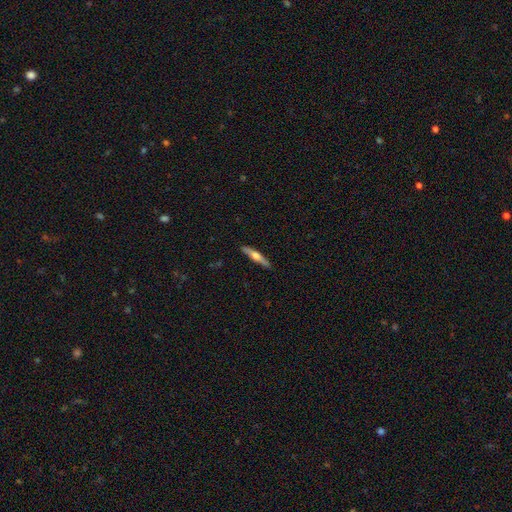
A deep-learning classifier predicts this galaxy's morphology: Smooth or featured: featured or disk — 55% (smooth — 39%)
Edge-on disk: yes — 95% (no — 5%)
Edge-on bulge: rounded — 90% (none — 5%)
Merging: none — 89% (minor disturbance — 8%)